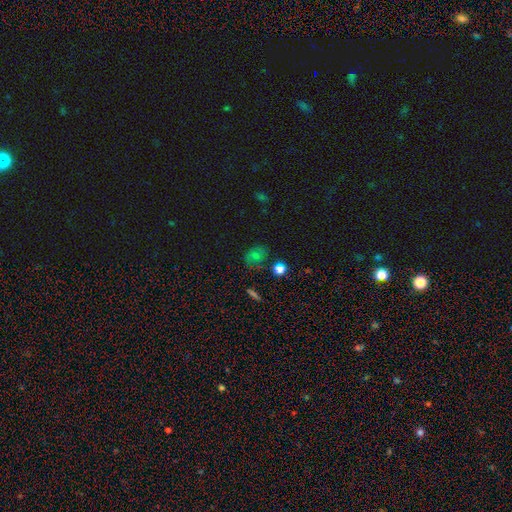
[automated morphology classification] smooth_or_featured: smooth (p=0.52) [alt: star or artifact p=0.28]
how_rounded: round (p=0.55) [alt: in between p=0.43]
merging: none (p=0.69) [alt: minor disturbance p=0.19]